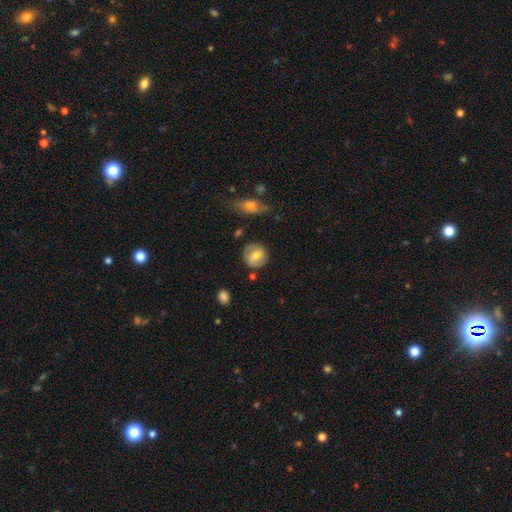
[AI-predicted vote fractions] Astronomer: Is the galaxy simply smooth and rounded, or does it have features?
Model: smooth — 67%.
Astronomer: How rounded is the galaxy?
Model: round — 85%.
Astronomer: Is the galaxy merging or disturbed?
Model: none — 79%.